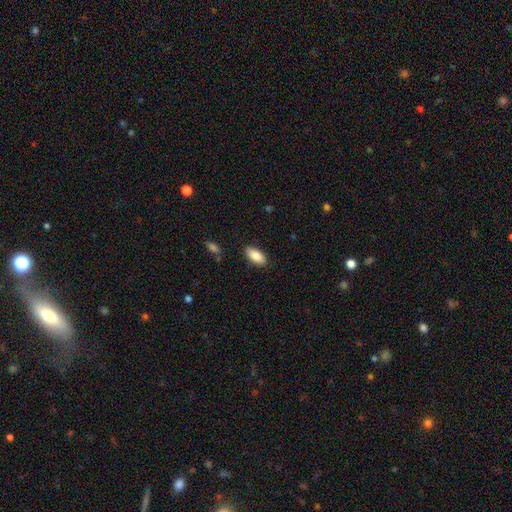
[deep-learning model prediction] Smooth or featured? smooth (87%)
How rounded? in between (91%)
Merging? none (87%)